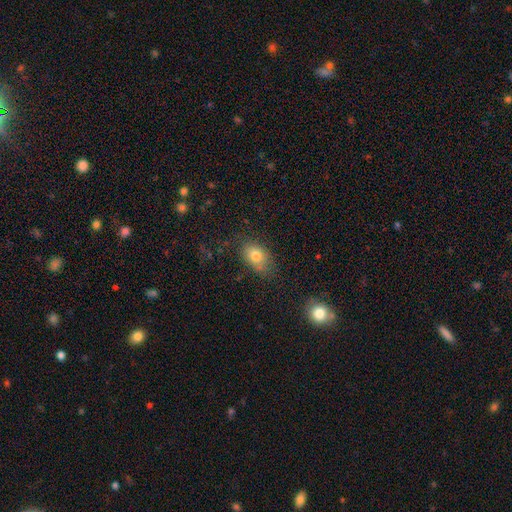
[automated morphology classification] Smooth or featured?
  - smooth: 78% *
  - featured or disk: 12%
  - star or artifact: 10%
How rounded?
  - in between: 83% *
  - round: 15%
  - cigar-shaped: 2%
Merging?
  - none: 72% *
  - minor disturbance: 20%
  - major disturbance: 6%
  - merger: 2%